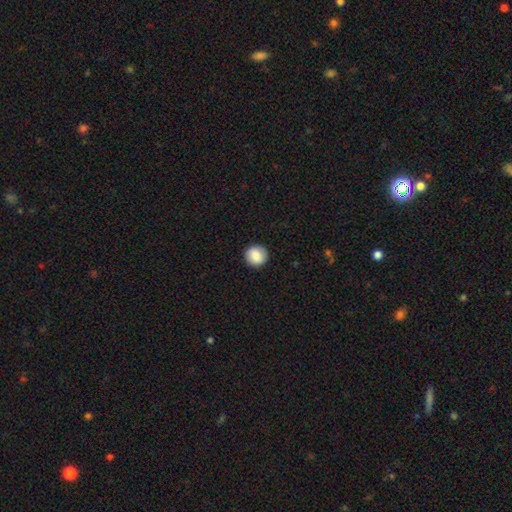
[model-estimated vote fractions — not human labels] Smooth or featured: smooth — 86% (star or artifact — 8%)
How rounded: round — 94% (in between — 5%)
Merging: none — 92% (minor disturbance — 5%)